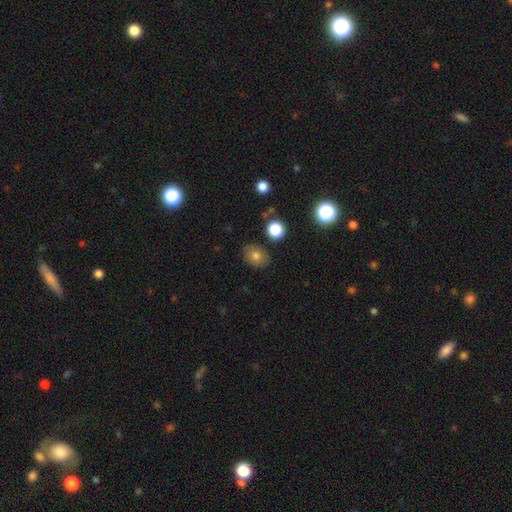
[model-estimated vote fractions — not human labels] smooth 77%, featured or disk 12%, star or artifact 11%. Down the decision tree: how rounded — in between (64%); merging — none (82%).